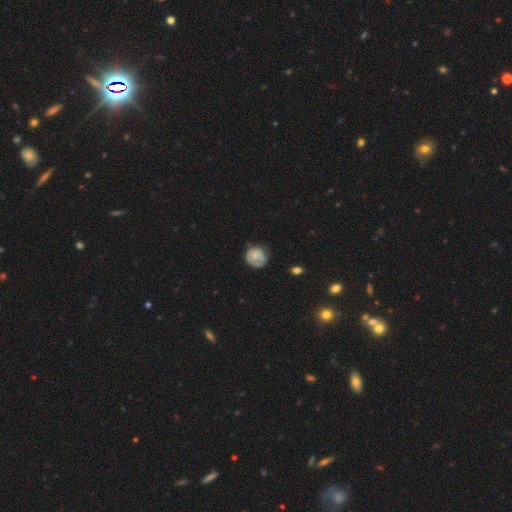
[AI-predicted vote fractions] The model was most divided on "merging": none: 58%, minor disturbance: 29%, major disturbance: 11%, merger: 2%. More confident: how rounded — round (82%); smooth or featured — smooth (60%).